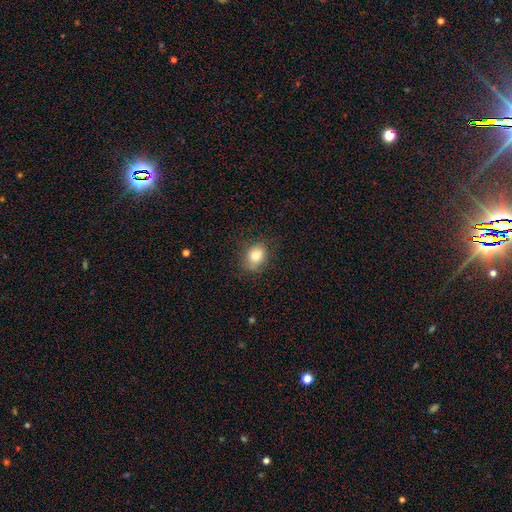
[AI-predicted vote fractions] smooth-or-featured: smooth: 79% | featured or disk: 11% | star or artifact: 11%
  how-rounded: in between: 52% | round: 47% | cigar-shaped: 1%
  merging: none: 77% | minor disturbance: 17% | major disturbance: 5% | merger: 1%